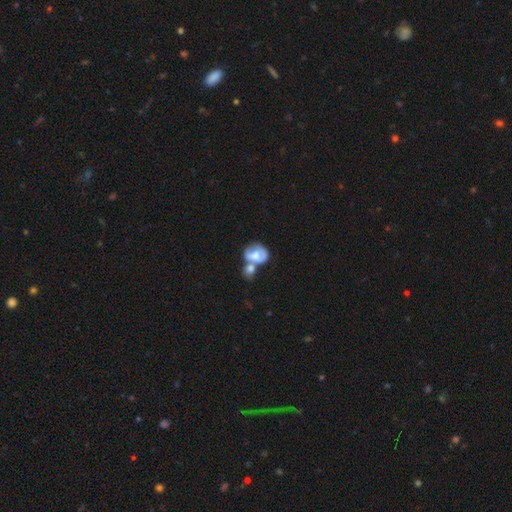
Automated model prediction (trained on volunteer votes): A smooth galaxy with no disk features (53%) that is in between round and cigar-shaped (58%).

Vote fractions:
- Smooth or featured? smooth: 53% / featured or disk: 39% / star or artifact: 8%
- How rounded? in between: 58% / round: 41% / cigar-shaped: 1%
- Merging? merger: 61% / none: 19% / minor disturbance: 12% / major disturbance: 9%